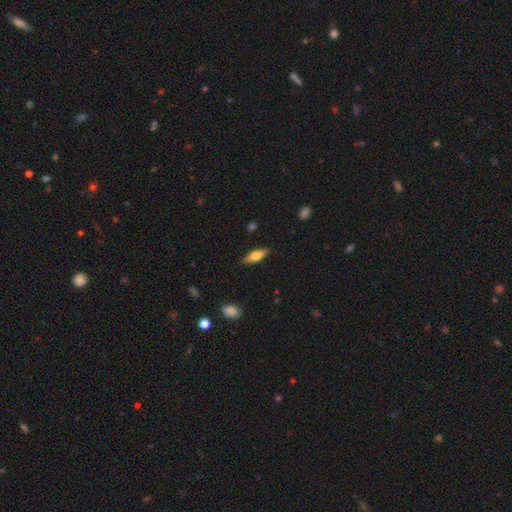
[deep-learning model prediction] smooth_or_featured: featured or disk (p=0.48) [alt: smooth p=0.46]
merging: none (p=0.87) [alt: minor disturbance p=0.10]